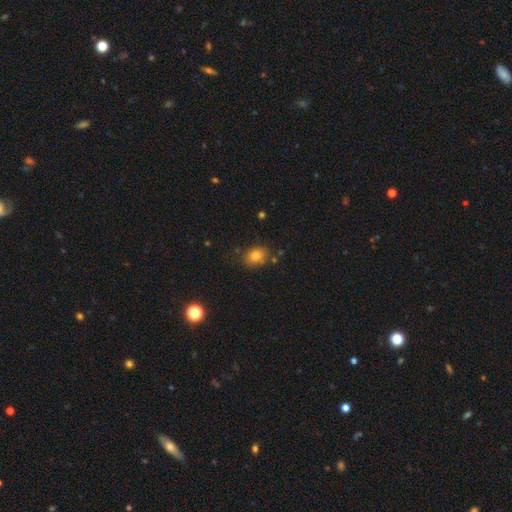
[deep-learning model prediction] Morphology: type=smooth (79%); roundness=in between (62%); merging=none (76%).